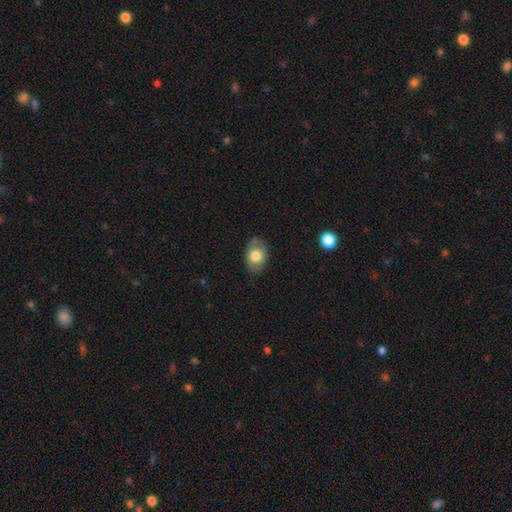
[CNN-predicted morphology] smooth-or-featured: smooth: 71% | featured or disk: 22% | star or artifact: 7%
  how-rounded: in between: 83% | round: 16% | cigar-shaped: 1%
  merging: none: 81% | minor disturbance: 15% | major disturbance: 4% | merger: 1%